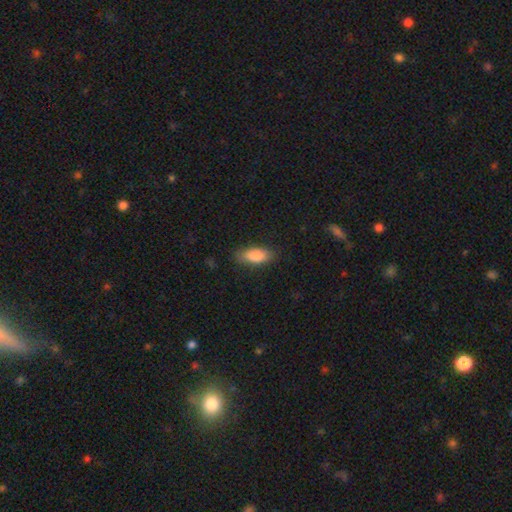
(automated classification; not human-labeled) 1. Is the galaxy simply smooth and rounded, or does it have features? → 86% smooth, 8% featured or disk, 6% star or artifact.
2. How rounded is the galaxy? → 84% in between, 14% cigar-shaped, 3% round.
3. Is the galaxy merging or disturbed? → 82% none, 14% minor disturbance, 3% major disturbance, 1% merger.